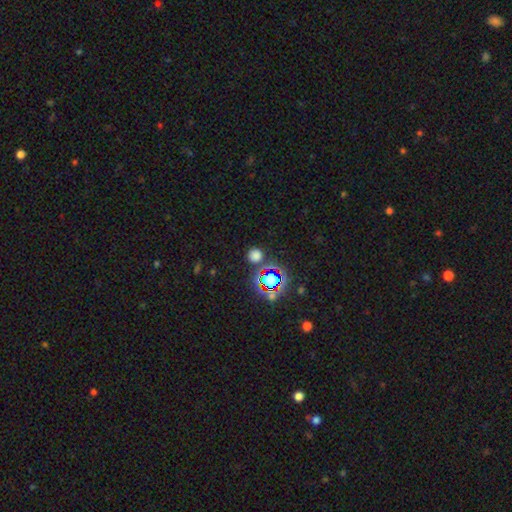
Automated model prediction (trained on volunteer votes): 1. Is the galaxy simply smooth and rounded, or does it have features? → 64% smooth, 30% star or artifact, 6% featured or disk.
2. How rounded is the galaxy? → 89% round, 10% in between, 1% cigar-shaped.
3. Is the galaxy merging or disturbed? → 81% none, 8% minor disturbance, 7% merger, 3% major disturbance.